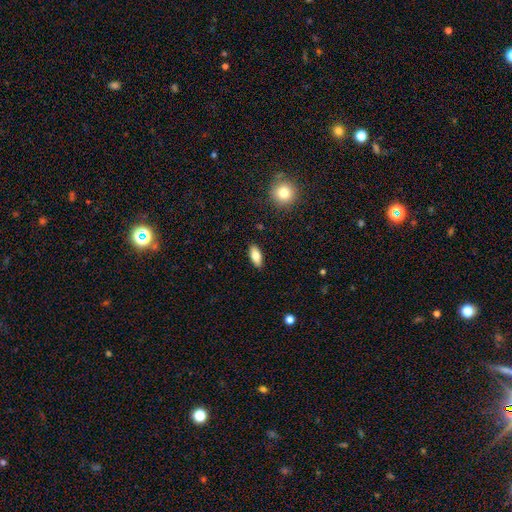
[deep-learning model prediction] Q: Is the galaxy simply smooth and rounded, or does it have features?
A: smooth — 78%.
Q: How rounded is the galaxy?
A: in between — 83%.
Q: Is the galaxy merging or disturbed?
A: none — 89%.